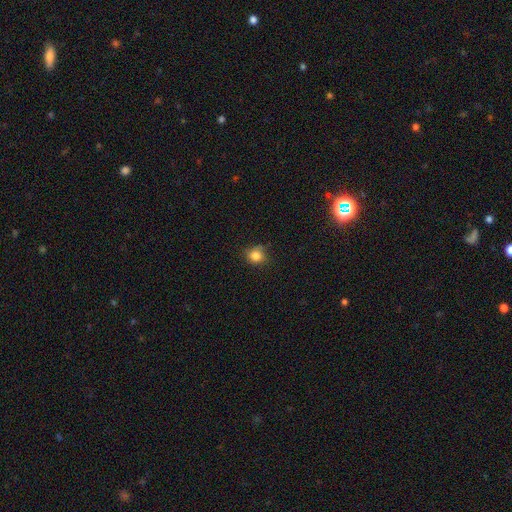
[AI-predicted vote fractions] This is clearly a smooth galaxy (82%). How rounded: clearly round (82%). Merging: likely none (73%).